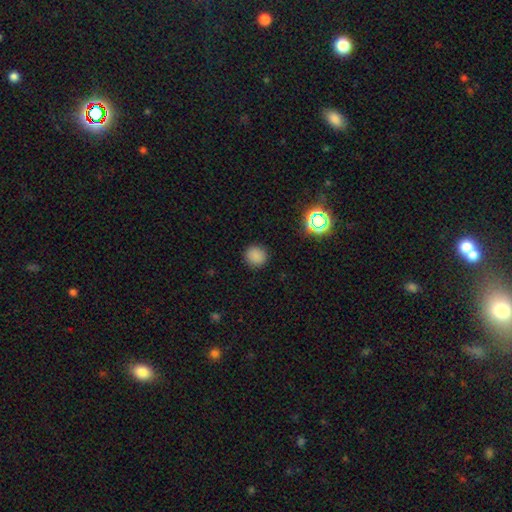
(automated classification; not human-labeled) A smooth galaxy with no disk features (83%) that is round (91%).

Vote fractions:
- Smooth or featured? smooth: 83% / star or artifact: 14% / featured or disk: 4%
- How rounded? round: 91% / in between: 8% / cigar-shaped: 1%
- Merging? none: 90% / minor disturbance: 7% / major disturbance: 2% / merger: 1%